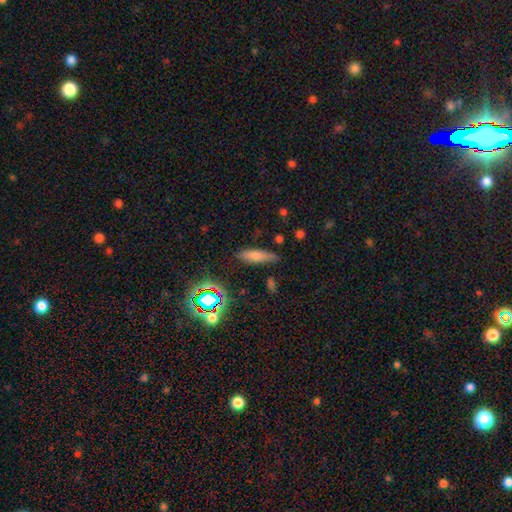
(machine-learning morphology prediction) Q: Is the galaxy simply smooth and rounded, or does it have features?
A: smooth — 69%.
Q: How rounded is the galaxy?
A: cigar-shaped — 61%.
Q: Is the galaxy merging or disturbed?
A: none — 78%.